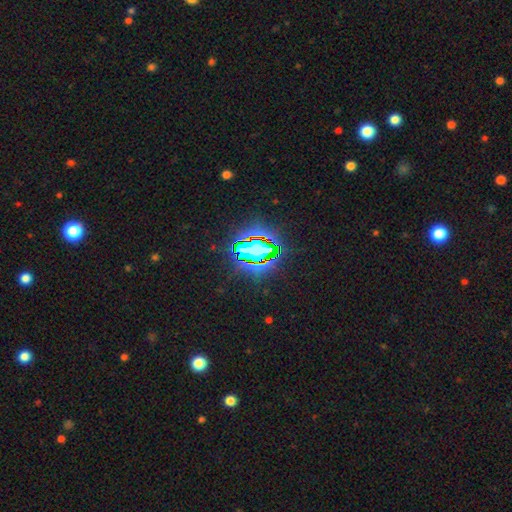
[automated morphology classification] Q: Smooth or featured?
A: star or artifact (83%); runner-up: smooth (10%)